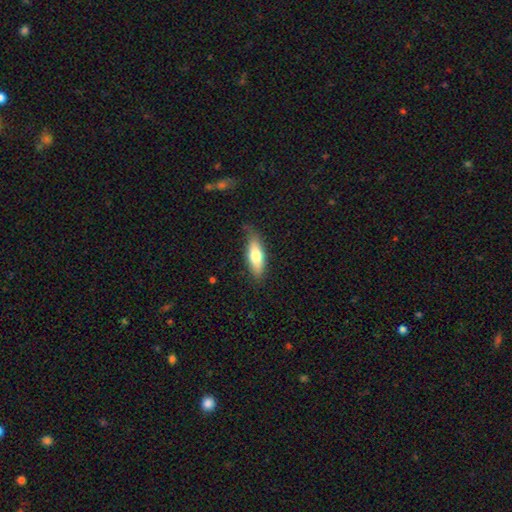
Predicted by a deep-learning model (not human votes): Smooth or featured?
  - smooth: 71% *
  - featured or disk: 23%
  - star or artifact: 6%
How rounded?
  - in between: 59% *
  - cigar-shaped: 38%
  - round: 2%
Merging?
  - none: 75% *
  - minor disturbance: 20%
  - major disturbance: 4%
  - merger: 1%